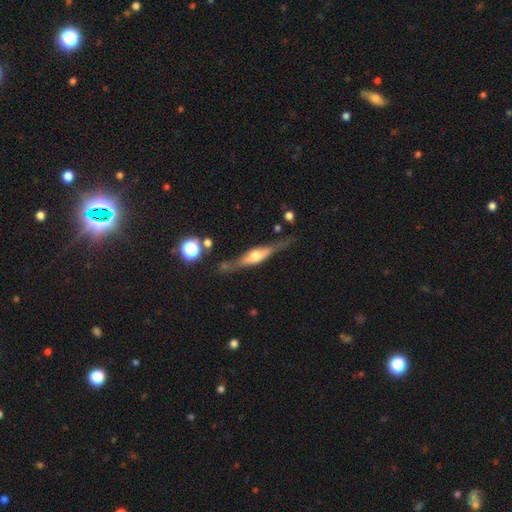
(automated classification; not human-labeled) Q: Smooth or featured?
A: featured or disk (74%); runner-up: smooth (20%)
Q: Edge-on disk?
A: yes (95%); runner-up: no (5%)
Q: Edge-on bulge?
A: rounded (88%); runner-up: boxy (9%)
Q: Merging?
A: none (76%); runner-up: minor disturbance (15%)